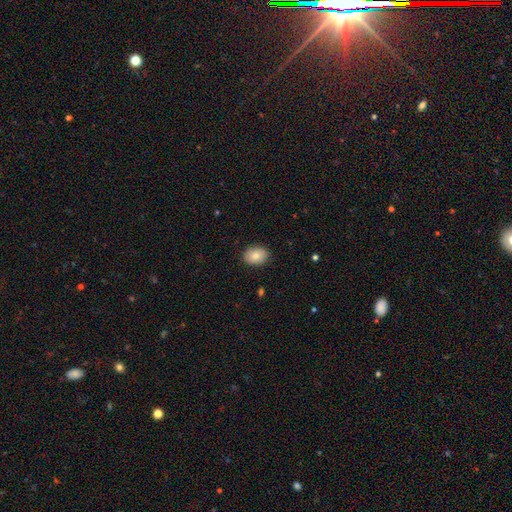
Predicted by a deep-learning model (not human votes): Smooth or featured: smooth — 80% (featured or disk — 12%)
How rounded: in between — 74% (round — 25%)
Merging: none — 88% (minor disturbance — 10%)